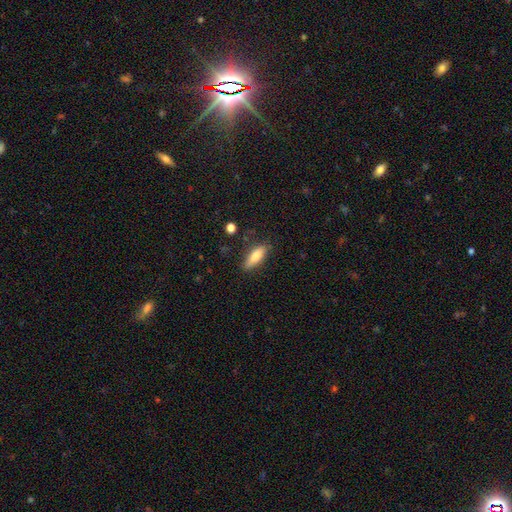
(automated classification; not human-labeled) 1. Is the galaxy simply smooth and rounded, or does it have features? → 78% smooth, 15% featured or disk, 7% star or artifact.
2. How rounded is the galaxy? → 57% in between, 40% cigar-shaped, 2% round.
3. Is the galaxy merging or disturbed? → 79% none, 16% minor disturbance, 3% major disturbance, 2% merger.